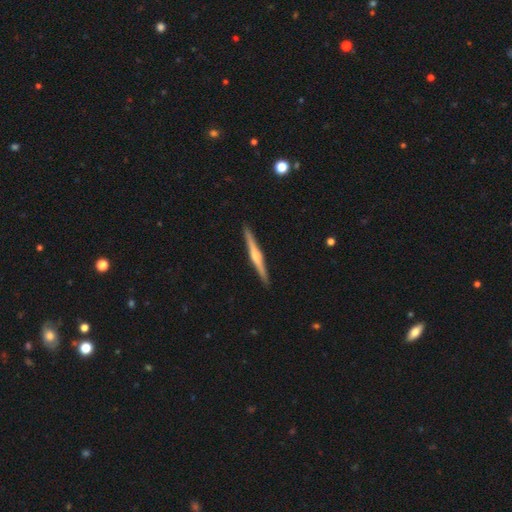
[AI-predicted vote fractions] This is likely a featured or disk galaxy (73%). It is clearly viewed edge-on (98%). Edge-on bulge: clearly rounded (83%). Merging: clearly none (92%).